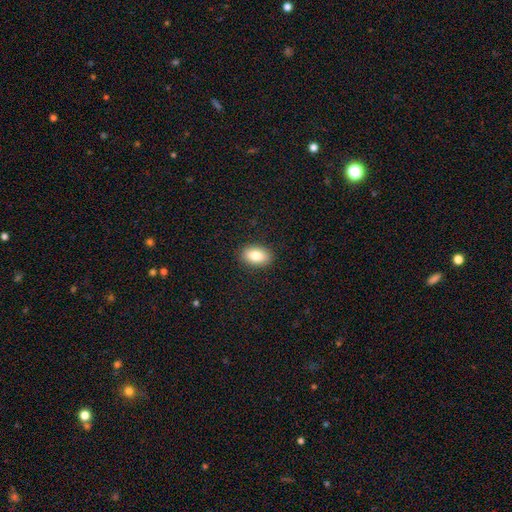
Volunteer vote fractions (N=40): Overall: smooth (92%). How rounded: in between (86%). Merging: none (95%).